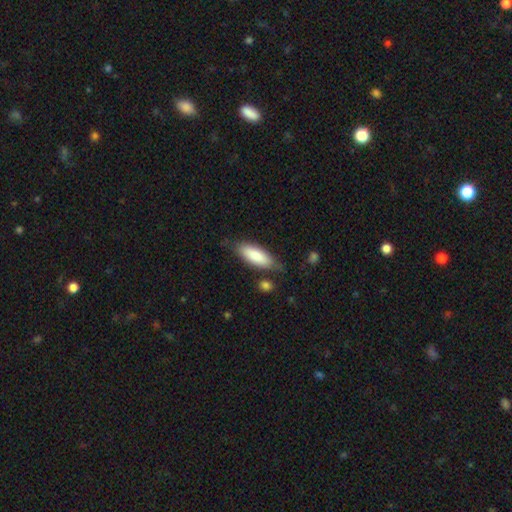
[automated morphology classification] Q: Smooth or featured?
A: smooth (83%); runner-up: featured or disk (12%)
Q: How rounded?
A: in between (65%); runner-up: cigar-shaped (33%)
Q: Merging?
A: none (75%); runner-up: minor disturbance (18%)